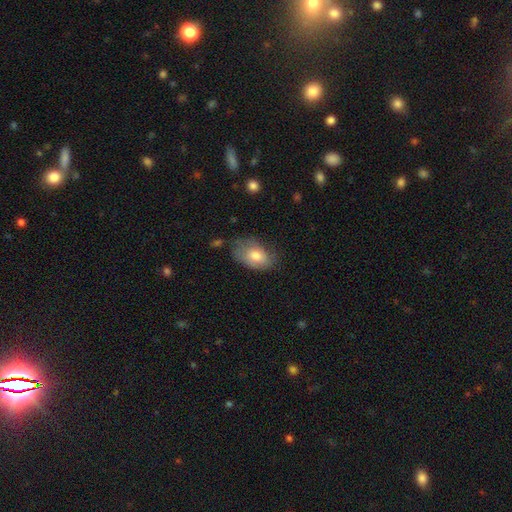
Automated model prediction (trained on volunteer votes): Smooth or featured?
  - smooth: 72% *
  - featured or disk: 21%
  - star or artifact: 7%
How rounded?
  - in between: 87% *
  - round: 12%
  - cigar-shaped: 1%
Merging?
  - none: 54% *
  - minor disturbance: 32%
  - major disturbance: 11%
  - merger: 2%